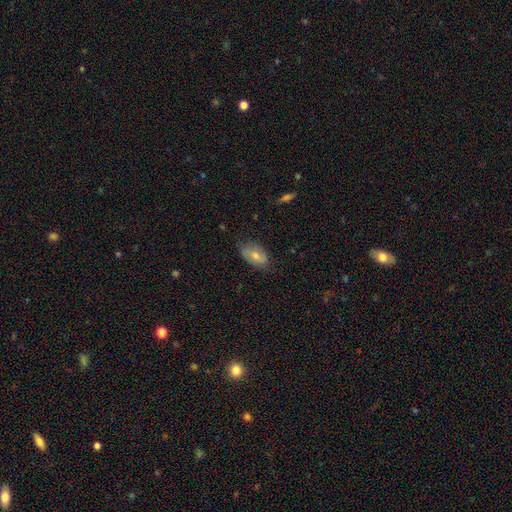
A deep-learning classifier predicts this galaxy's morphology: A smooth galaxy with no disk features (71%) that is in between round and cigar-shaped (92%). Merging: none (66%).